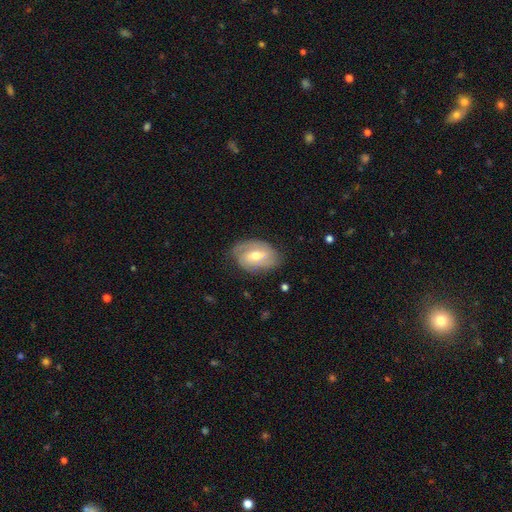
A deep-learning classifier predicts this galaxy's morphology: type=featured or disk (69%); edge-on=no (95%); bar=weak (50%); spiral arms=yes (84%); winding=tight (48%); arm count=2 (68%); bulge=moderate (66%); merging=none (74%).